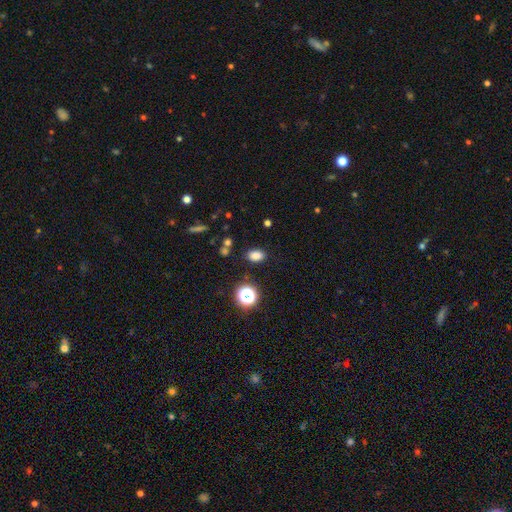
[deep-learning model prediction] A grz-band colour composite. It shows a smooth galaxy with no disk features (79%) that is in between round and cigar-shaped (81%). Merging: none (85%).